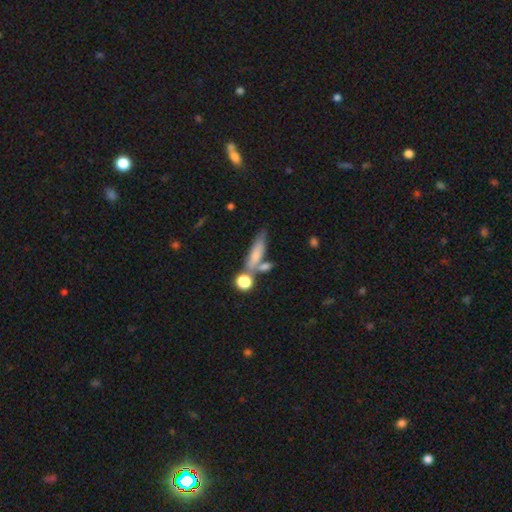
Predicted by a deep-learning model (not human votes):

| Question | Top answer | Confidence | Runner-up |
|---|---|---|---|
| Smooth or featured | smooth | 68% | featured or disk (23%) |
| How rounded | cigar-shaped | 58% | in between (37%) |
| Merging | none | 50% | merger (26%) |